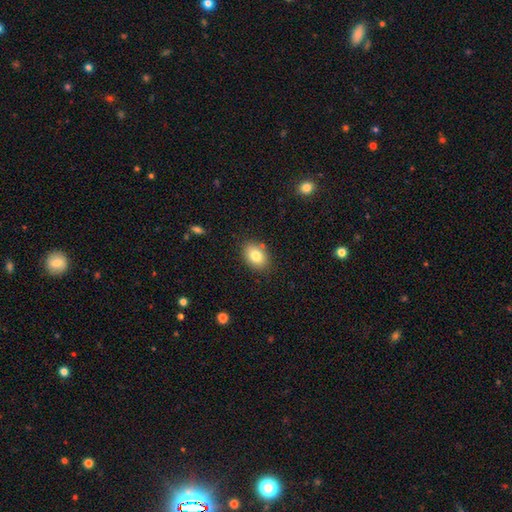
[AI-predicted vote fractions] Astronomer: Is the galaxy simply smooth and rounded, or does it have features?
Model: smooth — 82%.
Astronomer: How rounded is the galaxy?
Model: in between — 75%.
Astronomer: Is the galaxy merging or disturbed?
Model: none — 85%.